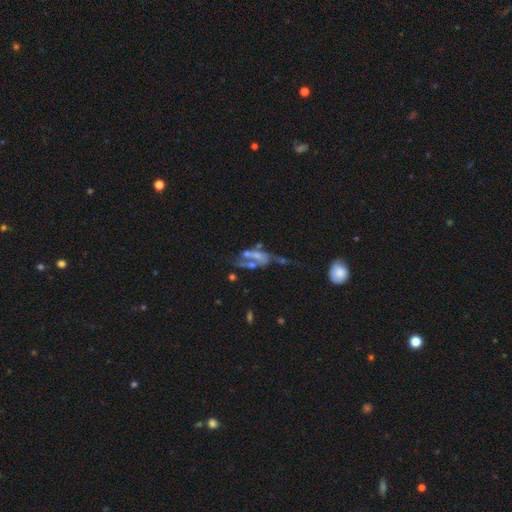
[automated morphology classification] Q: Smooth or featured?
A: featured or disk (60%); runner-up: smooth (24%)
Q: Edge-on disk?
A: no (91%); runner-up: yes (9%)
Q: Bar?
A: no (68%); runner-up: weak (20%)
Q: Spiral arms?
A: no (63%); runner-up: yes (37%)
Q: Bulge size?
A: none (47%); runner-up: small (28%)
Q: Merging?
A: merger (39%); runner-up: major disturbance (30%)